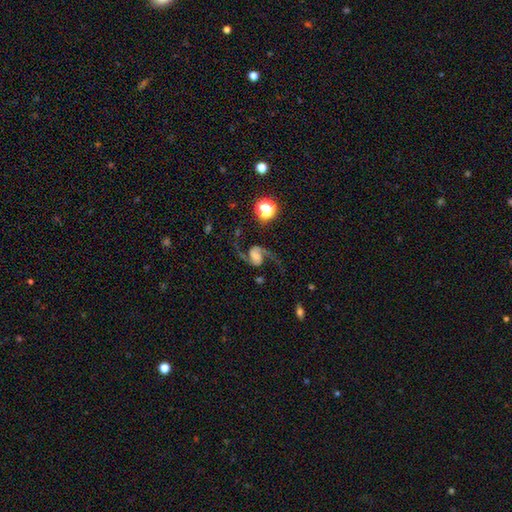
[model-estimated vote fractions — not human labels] This appears to be a featured or disk galaxy (87%) with no bar (47%), 2 (93%) loose (63%) spiral arms (98%) and a moderate central bulge (34%). Merging: none (71%).